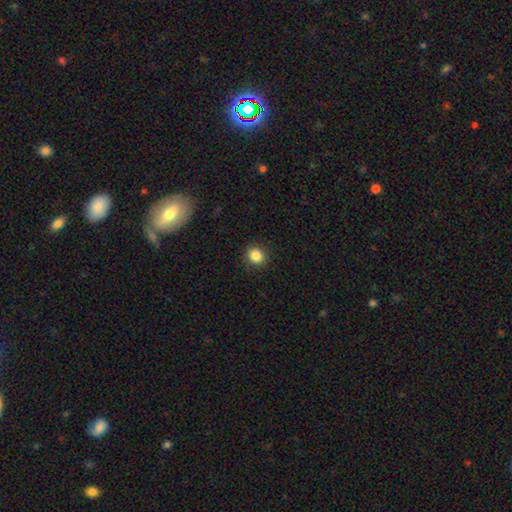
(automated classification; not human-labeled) This appears to be a smooth galaxy with no disk features (85%) that is round (87%). Merging: none (91%).